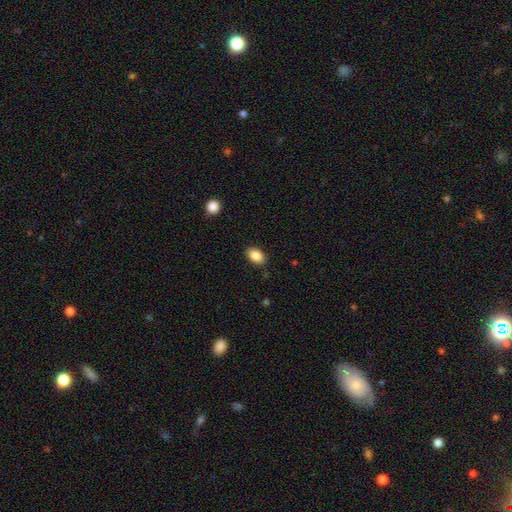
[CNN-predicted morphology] Overall: smooth (86%). How rounded: in between (87%). Merging: none (87%).